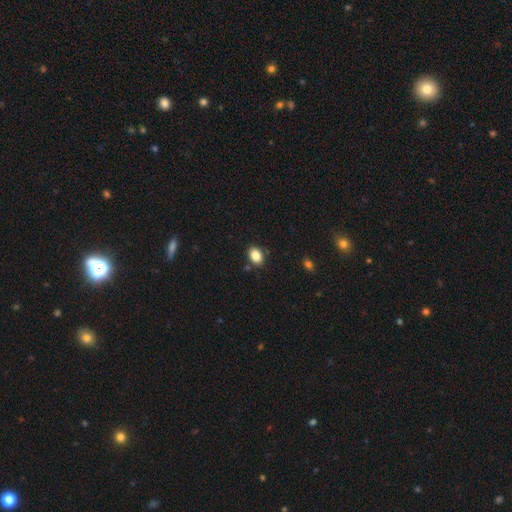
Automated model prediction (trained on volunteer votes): The model was most divided on "how rounded": in between: 77%, round: 22%, cigar-shaped: 1%. More confident: smooth or featured — smooth (84%); merging — none (82%).